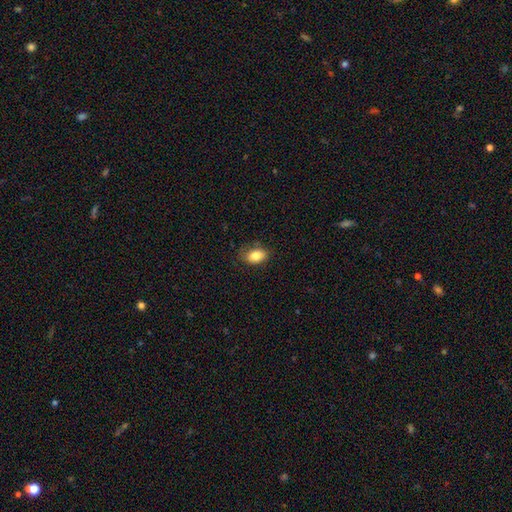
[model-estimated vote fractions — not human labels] Smooth or featured: smooth — 84% (star or artifact — 8%)
How rounded: in between — 85% (round — 13%)
Merging: none — 75% (minor disturbance — 19%)